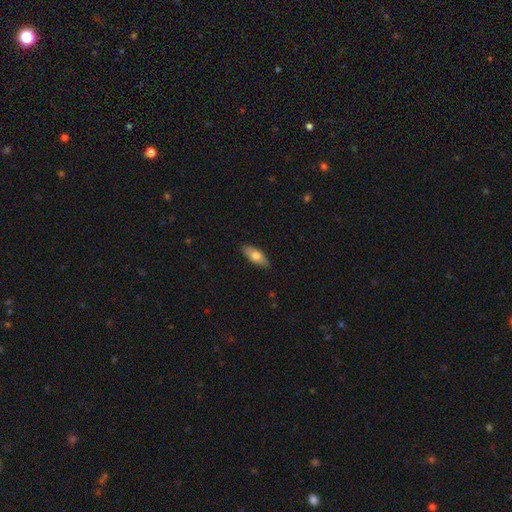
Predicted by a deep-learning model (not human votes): Overall: smooth (71%). How rounded: in between (78%). Merging: none (85%).